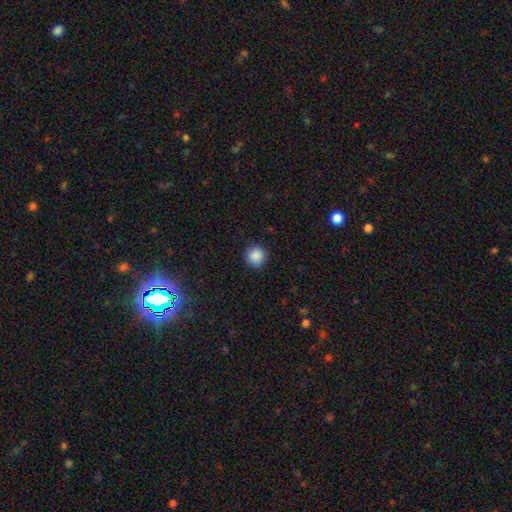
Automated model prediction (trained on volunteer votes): smooth_or_featured: smooth (p=0.88) [alt: star or artifact p=0.09]
how_rounded: round (p=0.94) [alt: in between p=0.05]
merging: none (p=0.91) [alt: minor disturbance p=0.06]